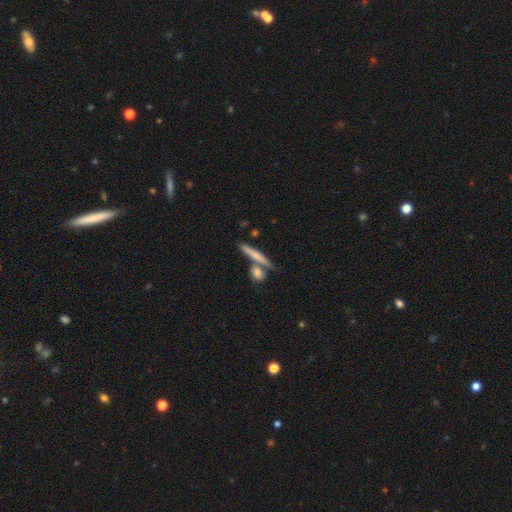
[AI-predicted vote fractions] smooth-or-featured: smooth: 58% | featured or disk: 35% | star or artifact: 7%
  how-rounded: cigar-shaped: 83% | in between: 11% | round: 6%
  merging: none: 65% | merger: 22% | minor disturbance: 10% | major disturbance: 3%